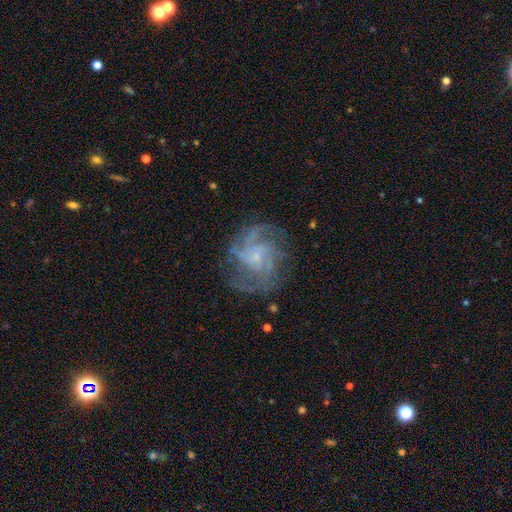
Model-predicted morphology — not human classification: Smooth or featured?
  - featured or disk: 81% *
  - smooth: 11%
  - star or artifact: 9%
Edge-on disk?
  - no: 98% *
  - yes: 2%
Bar?
  - no: 57% *
  - weak: 37%
  - strong: 6%
Spiral arms?
  - yes: 92% *
  - no: 8%
Spiral winding?
  - medium: 45% *
  - tight: 38%
  - loose: 16%
Spiral arm count?
  - can't tell: 28% *
  - 3: 24%
  - 4: 20%
  - 2: 13%
  - more than 4: 8%
  - 1: 7%
Bulge size?
  - small: 41% *
  - none: 34%
  - moderate: 21%
  - large: 3%
  - dominant: 1%
Merging?
  - none: 68% *
  - minor disturbance: 17%
  - major disturbance: 14%
  - merger: 2%